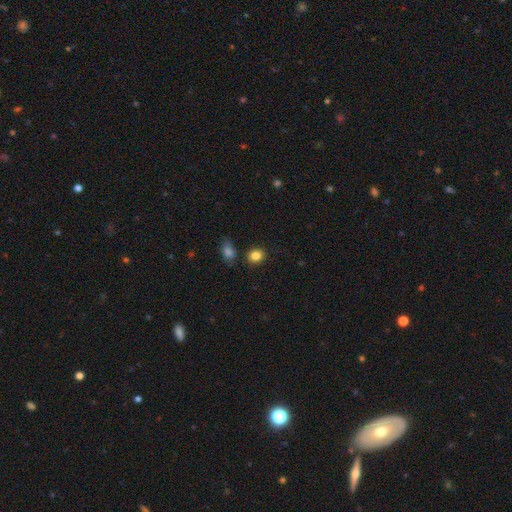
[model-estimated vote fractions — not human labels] Smooth or featured? smooth (84%)
How rounded? round (62%)
Merging? none (82%)